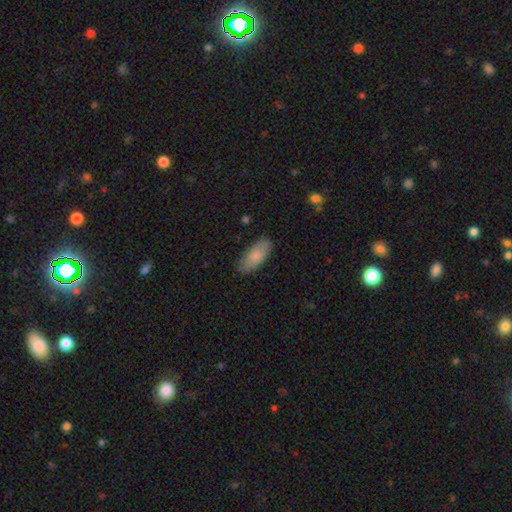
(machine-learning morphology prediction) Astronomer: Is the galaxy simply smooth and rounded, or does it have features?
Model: smooth — 82%.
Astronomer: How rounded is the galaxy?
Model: in between — 84%.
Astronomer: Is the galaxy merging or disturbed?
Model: none — 82%.